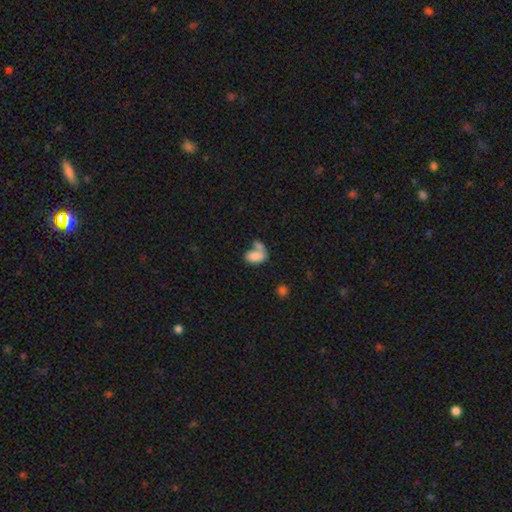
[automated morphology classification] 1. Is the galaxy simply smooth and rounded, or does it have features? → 77% smooth, 14% featured or disk, 9% star or artifact.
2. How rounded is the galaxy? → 89% in between, 9% round, 2% cigar-shaped.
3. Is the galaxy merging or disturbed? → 50% merger, 27% none, 11% major disturbance, 11% minor disturbance.